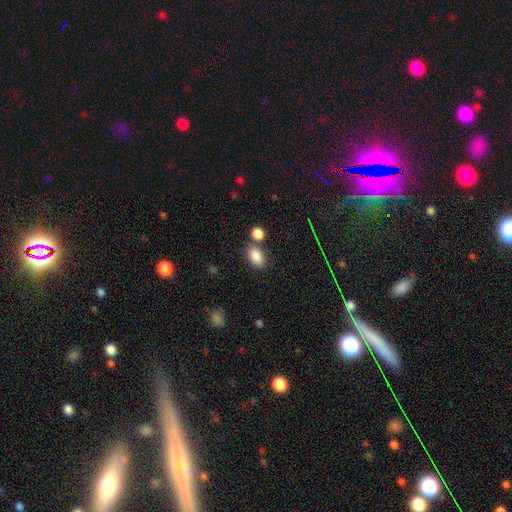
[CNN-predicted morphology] This is clearly a smooth galaxy (86%). How rounded: clearly in between (85%). Merging: likely none (65%).